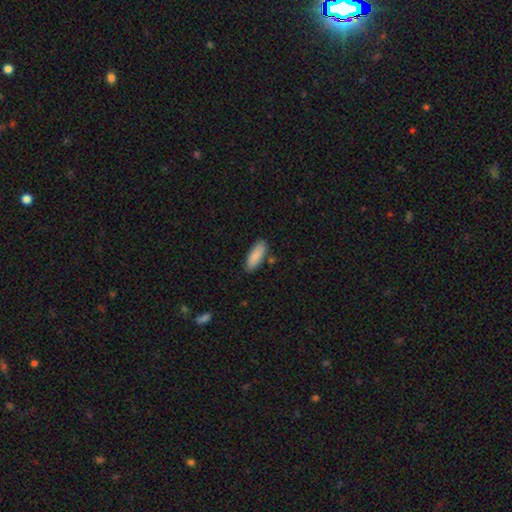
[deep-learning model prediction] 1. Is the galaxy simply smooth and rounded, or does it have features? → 88% smooth, 6% featured or disk, 6% star or artifact.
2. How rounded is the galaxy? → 69% in between, 30% cigar-shaped, 2% round.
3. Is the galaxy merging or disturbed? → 83% none, 12% minor disturbance, 3% merger, 2% major disturbance.